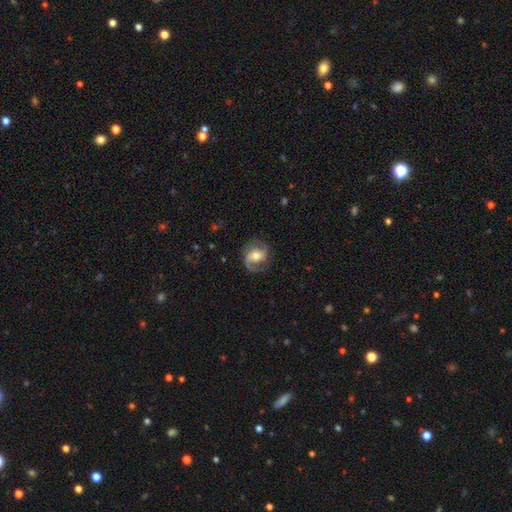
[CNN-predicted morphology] type=featured or disk (75%); edge-on=no (97%); bar=no (43%); spiral arms=yes (92%); winding=medium (47%); arm count=2 (76%); bulge=moderate (68%); merging=none (72%).